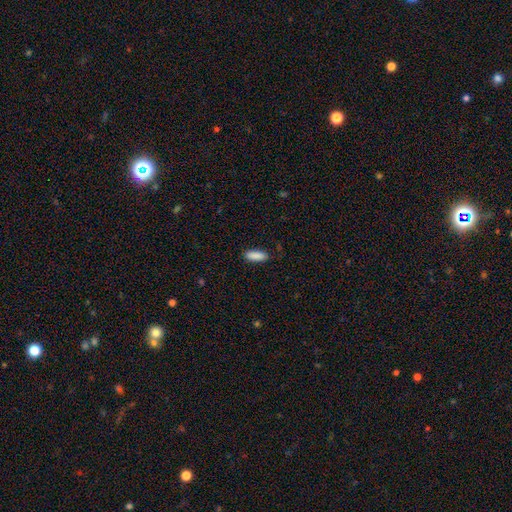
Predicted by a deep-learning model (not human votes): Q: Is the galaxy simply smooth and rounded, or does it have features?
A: smooth — 90%.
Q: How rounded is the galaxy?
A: in between — 70%.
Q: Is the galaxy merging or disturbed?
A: none — 86%.